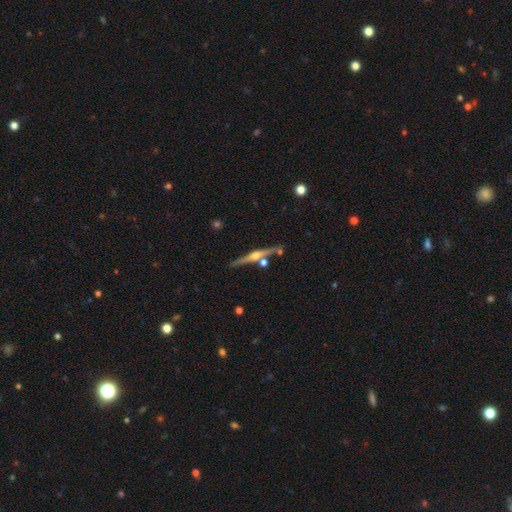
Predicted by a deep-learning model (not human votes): featured or disk 79%, smooth 15%, star or artifact 6%. Down the decision tree: edge-on disk — yes (98%); edge-on bulge — rounded (92%); merging — none (81%).